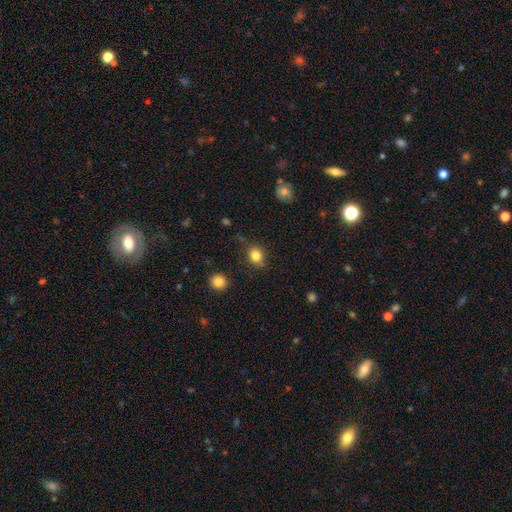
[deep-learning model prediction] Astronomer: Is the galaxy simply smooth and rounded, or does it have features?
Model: smooth — 83%.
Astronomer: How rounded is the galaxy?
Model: round — 69%.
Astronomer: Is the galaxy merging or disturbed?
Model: none — 79%.